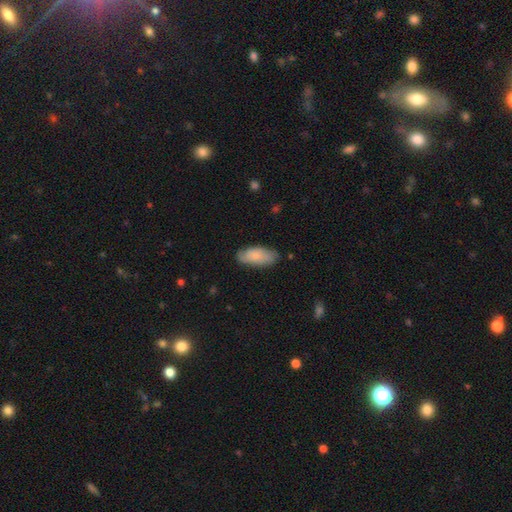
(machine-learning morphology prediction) Overall: smooth (76%). How rounded: in between (85%). Merging: none (76%).